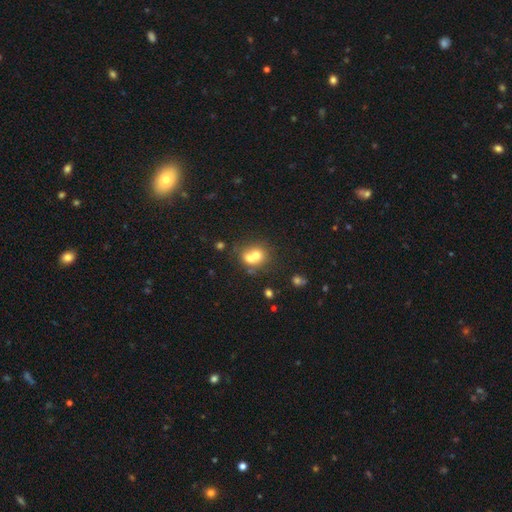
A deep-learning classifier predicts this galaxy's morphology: Overall: smooth (65%). How rounded: round (73%). Merging: merger (61%; none 29%).